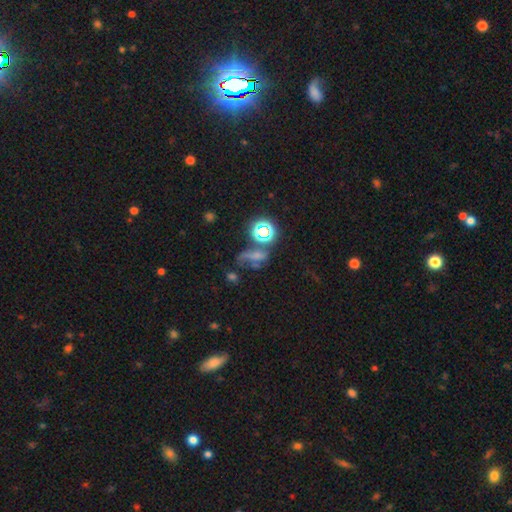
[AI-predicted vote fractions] smooth-or-featured: star or artifact: 41% | smooth: 37% | featured or disk: 22%